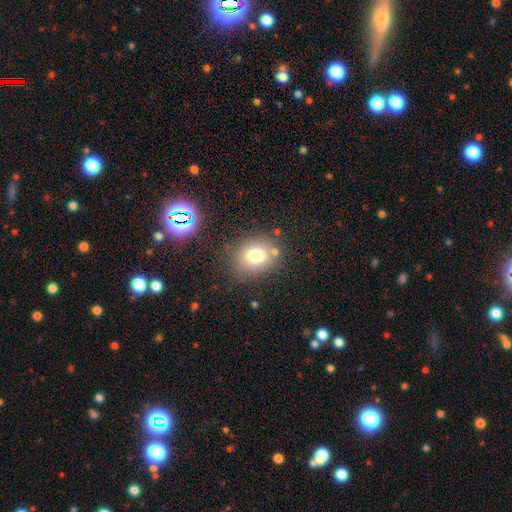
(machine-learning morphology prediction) Smooth or featured?
  - smooth: 75% *
  - star or artifact: 13%
  - featured or disk: 11%
How rounded?
  - round: 60% *
  - in between: 39%
  - cigar-shaped: 1%
Merging?
  - none: 77% *
  - minor disturbance: 13%
  - merger: 6%
  - major disturbance: 5%